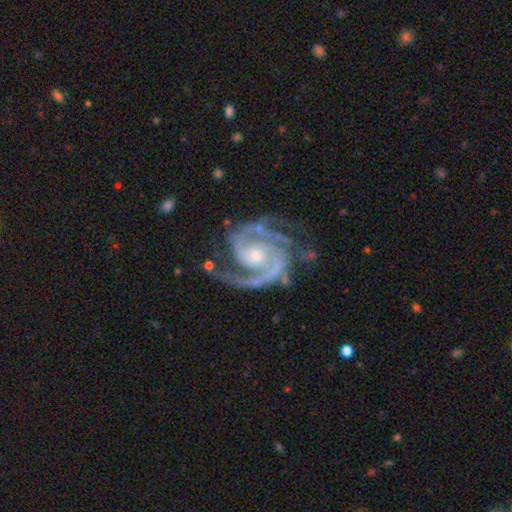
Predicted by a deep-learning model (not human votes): A featured or disk galaxy (94%) with no bar (66%), 2 (69%) tight (48%) spiral arms (99%) and a small central bulge (66%).

Vote fractions:
- Smooth or featured? featured or disk: 94% / star or artifact: 4% / smooth: 2%
- Edge-on disk? no: 98% / yes: 2%
- Bar? no: 66% / weak: 24% / strong: 10%
- Spiral arms? yes: 99% / no: 1%
- Spiral winding? tight: 48% / medium: 46% / loose: 6%
- Spiral arm count? 2: 69% / 3: 17% / can't tell: 4% / 4: 4% / 1: 3% / more than 4: 3%
- Bulge size? small: 66% / moderate: 30% / none: 2% / large: 2% / dominant: 1%
- Merging? none: 70% / minor disturbance: 18% / major disturbance: 10% / merger: 2%